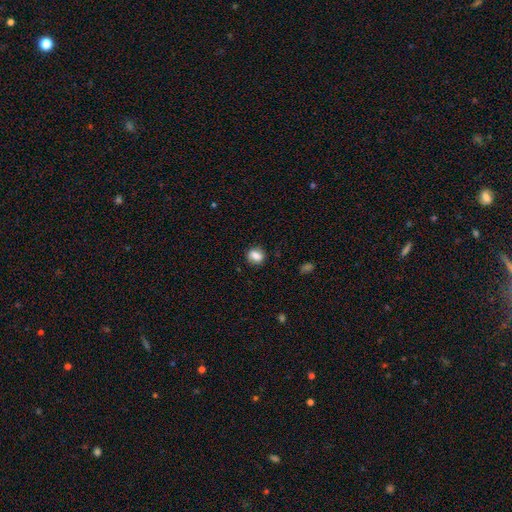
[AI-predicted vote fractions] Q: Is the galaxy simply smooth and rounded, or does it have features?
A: smooth — 83%.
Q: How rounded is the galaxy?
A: round — 53%.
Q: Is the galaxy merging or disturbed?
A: none — 83%.